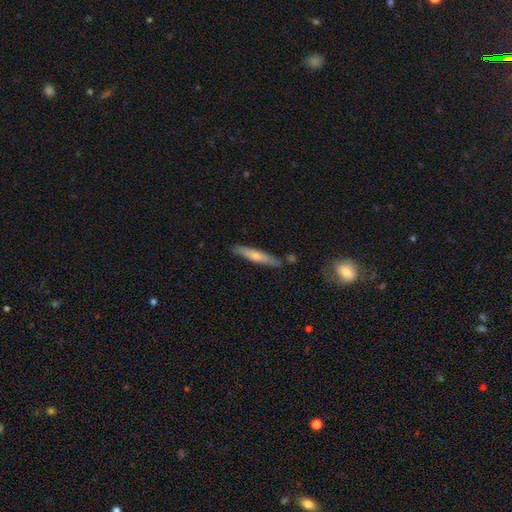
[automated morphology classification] This appears to be a smooth galaxy with no disk features (62%) that is cigar-shaped (91%). Merging: none (79%).